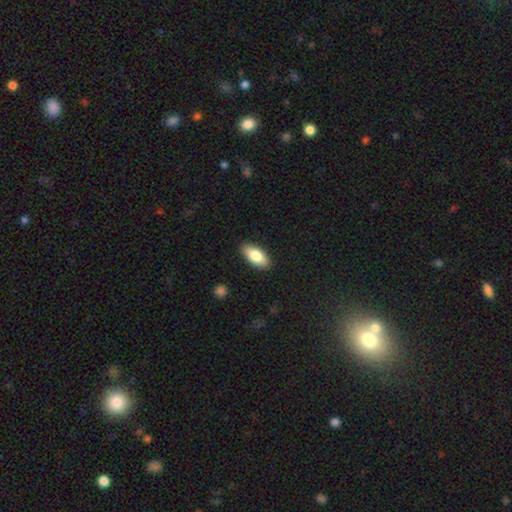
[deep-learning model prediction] This is likely a smooth galaxy (79%). How rounded: clearly in between (87%). Merging: clearly none (89%).